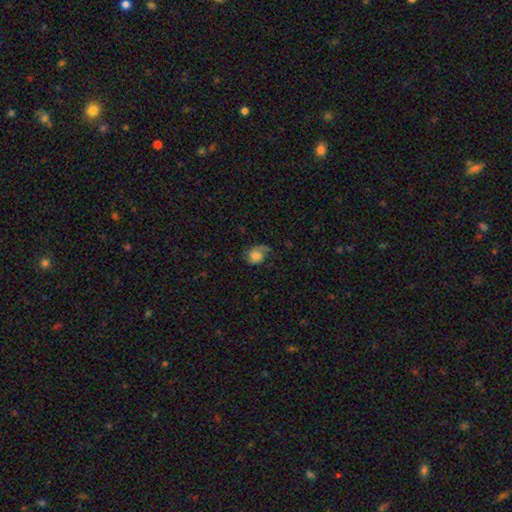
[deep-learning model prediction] smooth-or-featured: smooth: 47% | featured or disk: 44% | star or artifact: 9%
  merging: none: 49% | minor disturbance: 27% | major disturbance: 22% | merger: 2%